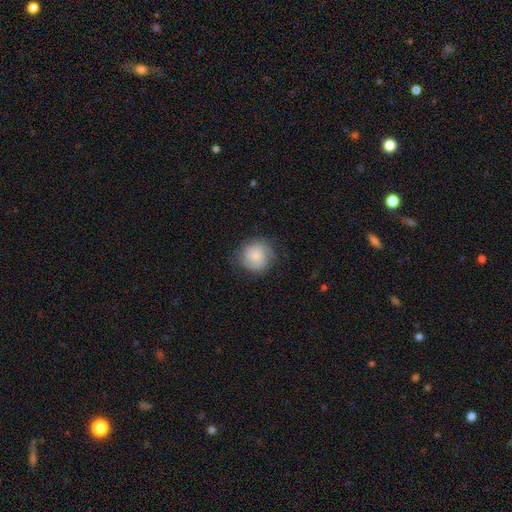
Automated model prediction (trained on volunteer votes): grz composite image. It shows a smooth galaxy with no disk features (54%) that is round (88%). Merging: none (71%).